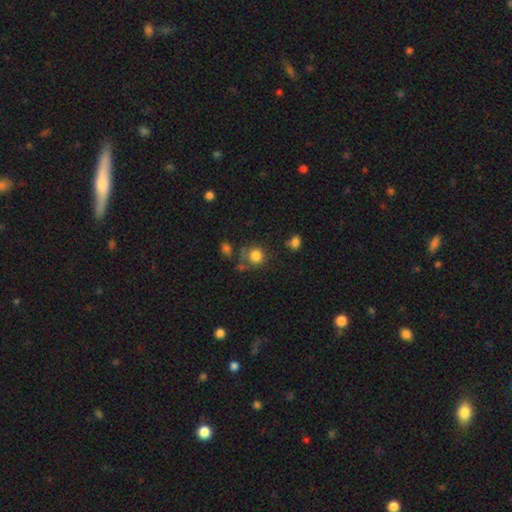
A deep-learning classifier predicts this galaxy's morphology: Smooth or featured: smooth — 81% (star or artifact — 11%)
How rounded: round — 85% (in between — 14%)
Merging: none — 61% (minor disturbance — 18%)